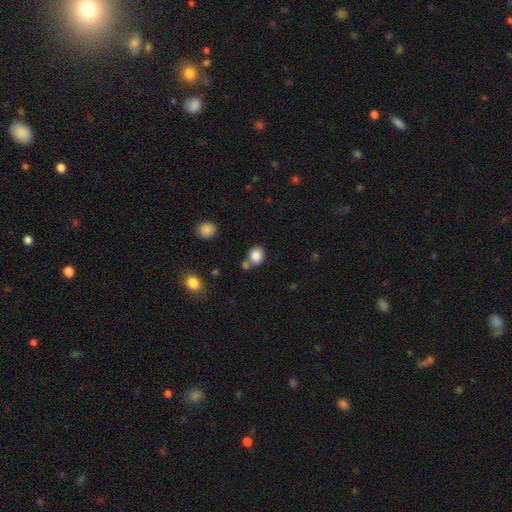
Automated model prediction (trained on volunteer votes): A smooth galaxy with no disk features (85%) that is round (63%). Merging: none (63%).